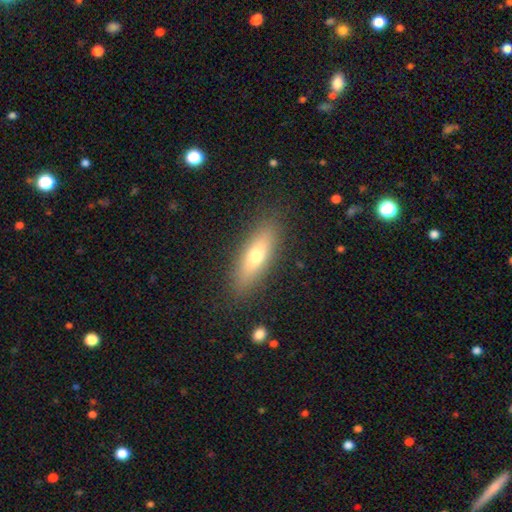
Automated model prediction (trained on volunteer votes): A smooth galaxy with no disk features (63%) that is cigar-shaped (50%). Merging: none (87%).